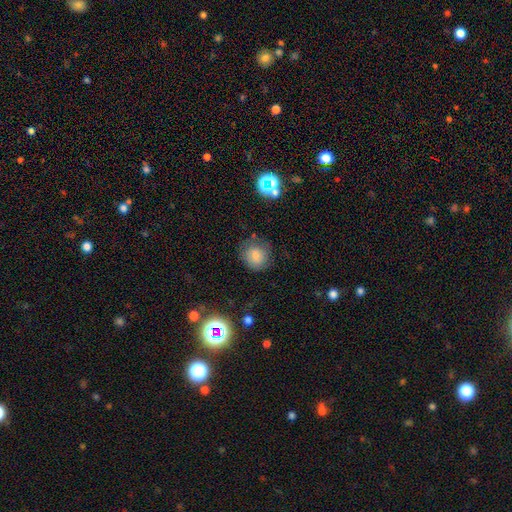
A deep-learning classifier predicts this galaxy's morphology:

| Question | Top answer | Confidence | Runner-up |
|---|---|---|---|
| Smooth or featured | smooth | 77% | star or artifact (12%) |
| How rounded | round | 83% | in between (16%) |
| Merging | none | 72% | minor disturbance (19%) |